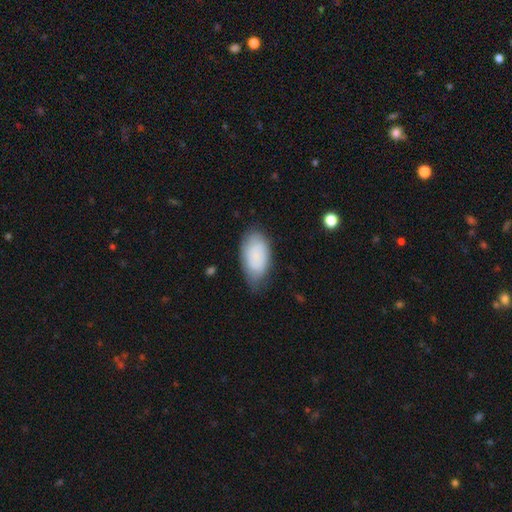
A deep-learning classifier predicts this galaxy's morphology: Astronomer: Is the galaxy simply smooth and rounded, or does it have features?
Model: smooth — 80%.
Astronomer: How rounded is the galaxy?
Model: in between — 94%.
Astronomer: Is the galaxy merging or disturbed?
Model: none — 65%.